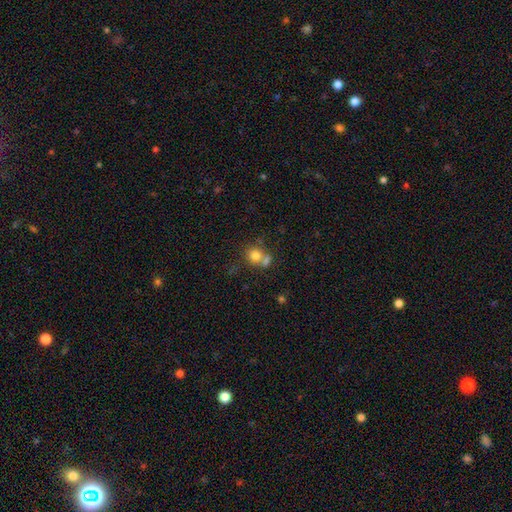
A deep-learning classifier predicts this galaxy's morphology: smooth-or-featured: smooth: 77% | star or artifact: 12% | featured or disk: 11%
  how-rounded: round: 83% | in between: 16% | cigar-shaped: 1%
  merging: none: 47% | merger: 38% | minor disturbance: 10% | major disturbance: 5%